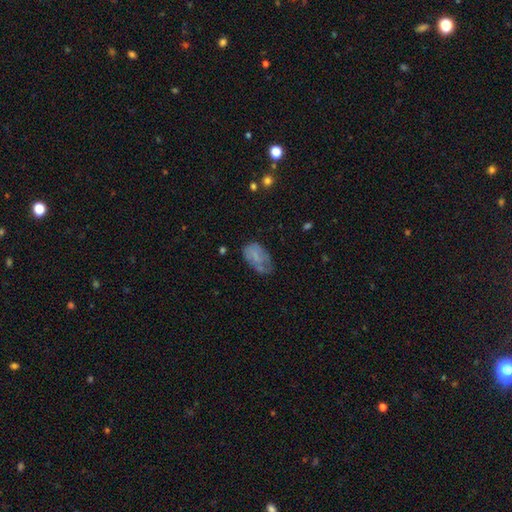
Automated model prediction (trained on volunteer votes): Smooth or featured? Predicted: smooth (p=0.60). How rounded? Predicted: in between (p=0.90). Merging? Predicted: none (p=0.39).